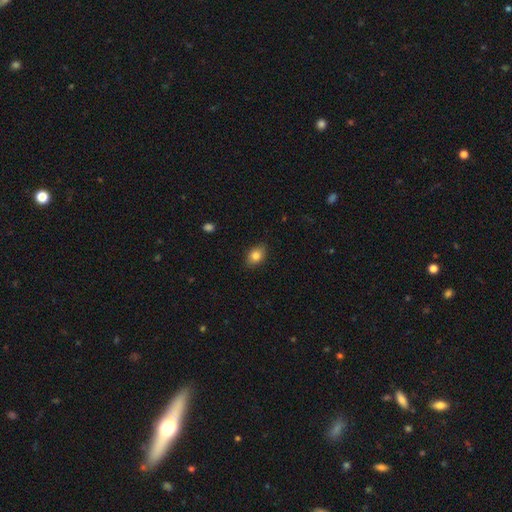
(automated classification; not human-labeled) Q: Smooth or featured?
A: smooth (82%); runner-up: featured or disk (9%)
Q: How rounded?
A: in between (78%); runner-up: round (20%)
Q: Merging?
A: none (85%); runner-up: minor disturbance (11%)